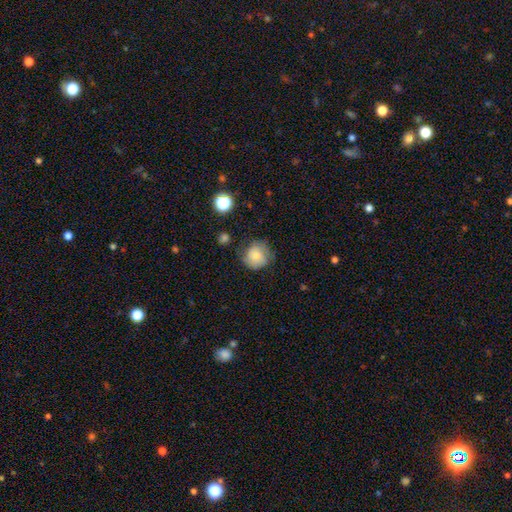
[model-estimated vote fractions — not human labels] Q: Smooth or featured?
A: smooth (75%); runner-up: featured or disk (16%)
Q: How rounded?
A: round (84%); runner-up: in between (15%)
Q: Merging?
A: none (61%); runner-up: minor disturbance (27%)